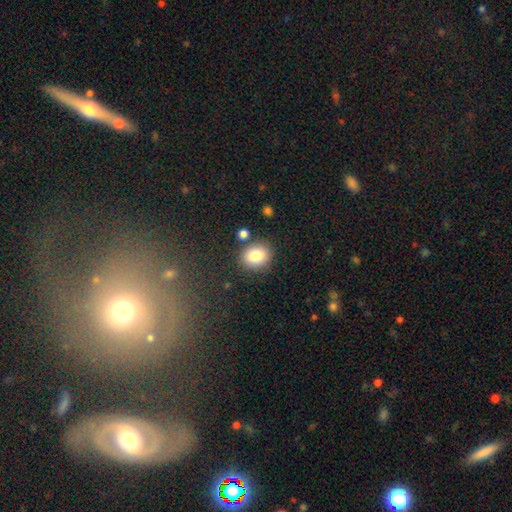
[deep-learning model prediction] This appears to be a smooth galaxy with no disk features (84%) that is round (58%). Merging: none (80%).